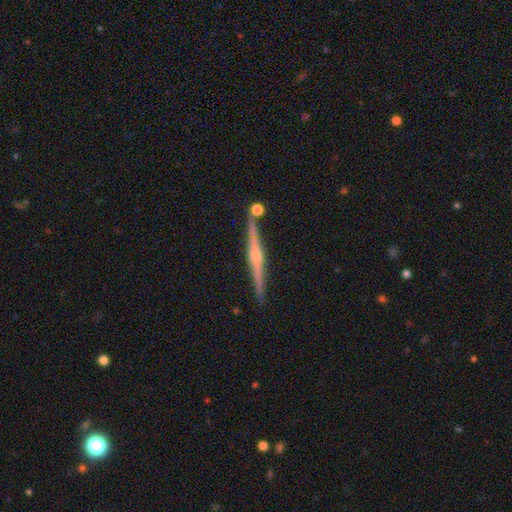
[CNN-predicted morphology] smooth_or_featured: featured or disk (p=0.79) [alt: smooth p=0.15]
disk_edge_on: yes (p=0.98) [alt: no p=0.02]
edge_on_bulge: rounded (p=0.73) [alt: boxy p=0.16]
merging: none (p=0.84) [alt: minor disturbance p=0.09]